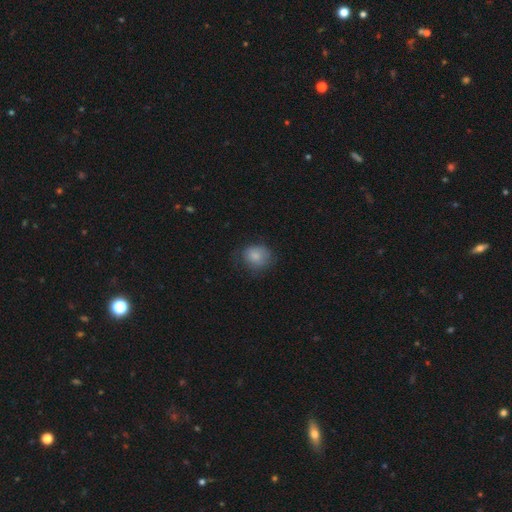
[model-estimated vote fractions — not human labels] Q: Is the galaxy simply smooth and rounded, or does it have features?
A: smooth — 82%.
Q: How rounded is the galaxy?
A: round — 72%.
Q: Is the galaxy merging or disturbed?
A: none — 64%.